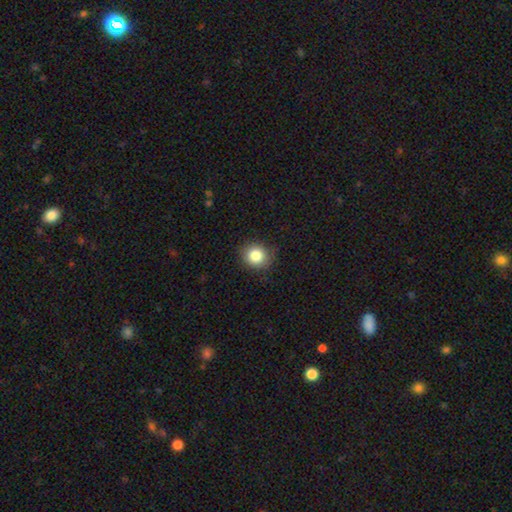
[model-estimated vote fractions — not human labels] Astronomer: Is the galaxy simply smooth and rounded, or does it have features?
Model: smooth — 84%.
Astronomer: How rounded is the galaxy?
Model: round — 82%.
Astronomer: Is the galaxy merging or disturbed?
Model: none — 85%.